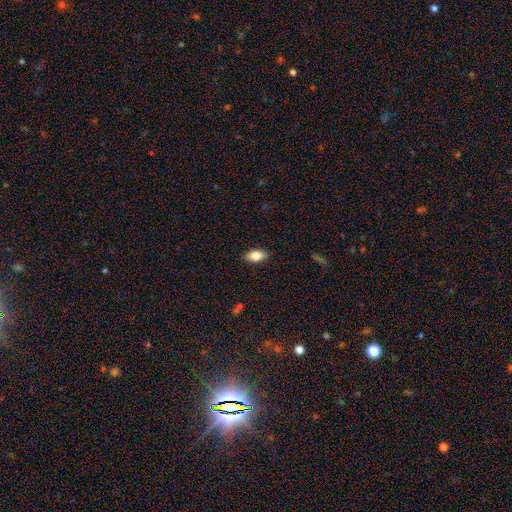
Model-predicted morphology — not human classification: The model was most divided on "smooth or featured": smooth: 82%, featured or disk: 11%, star or artifact: 7%. More confident: how rounded — in between (90%); merging — none (88%).